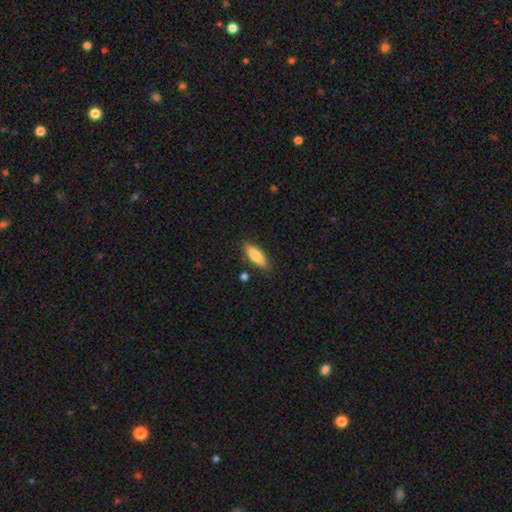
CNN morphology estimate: smooth-or-featured: smooth: 81% | featured or disk: 13% | star or artifact: 6%
  how-rounded: in between: 52% | cigar-shaped: 46% | round: 2%
  merging: none: 84% | minor disturbance: 11% | merger: 3% | major disturbance: 2%